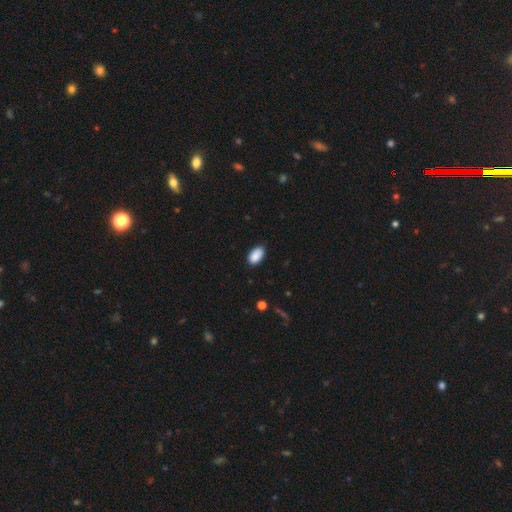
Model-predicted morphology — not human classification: smooth 90%, star or artifact 7%, featured or disk 3%. Down the decision tree: how rounded — in between (94%); merging — none (84%).